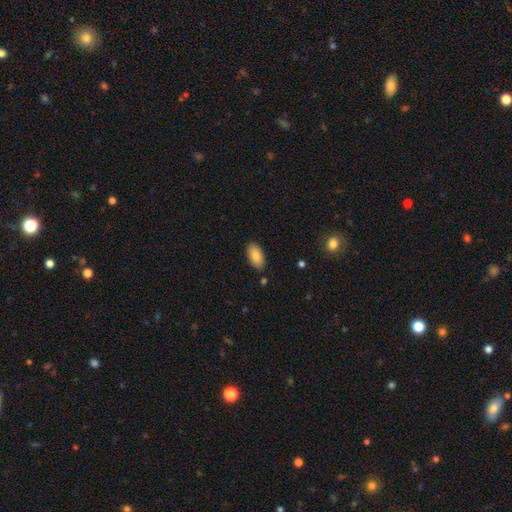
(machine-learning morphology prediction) Smooth or featured: smooth — 83% (featured or disk — 10%)
How rounded: in between — 94% (cigar-shaped — 3%)
Merging: none — 86% (minor disturbance — 10%)